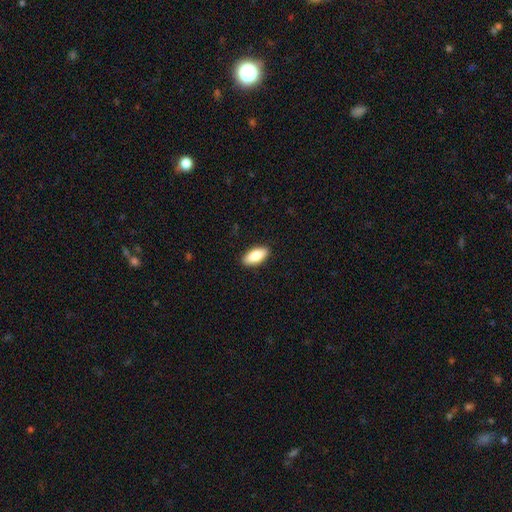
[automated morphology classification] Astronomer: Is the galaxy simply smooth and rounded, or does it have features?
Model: smooth — 85%.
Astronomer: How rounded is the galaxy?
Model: in between — 88%.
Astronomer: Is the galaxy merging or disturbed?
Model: none — 90%.